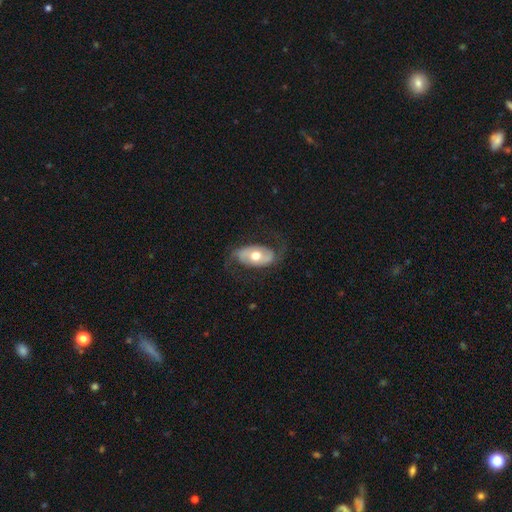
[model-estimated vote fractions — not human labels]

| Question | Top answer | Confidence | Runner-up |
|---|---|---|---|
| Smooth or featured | featured or disk | 69% | smooth (25%) |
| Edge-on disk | no | 94% | yes (6%) |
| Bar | no | 63% | weak (24%) |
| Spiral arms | yes | 78% | no (22%) |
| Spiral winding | loose | 52% | medium (35%) |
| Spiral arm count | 2 | 89% | can't tell (5%) |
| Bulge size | moderate | 74% | large (15%) |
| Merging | none | 70% | minor disturbance (16%) |